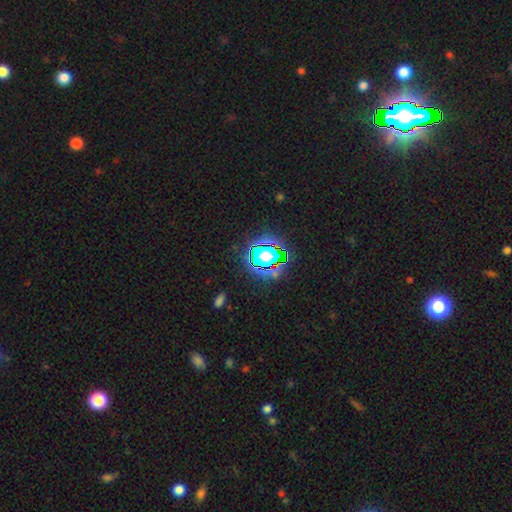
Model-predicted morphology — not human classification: Q: Smooth or featured?
A: star or artifact (82%); runner-up: smooth (11%)